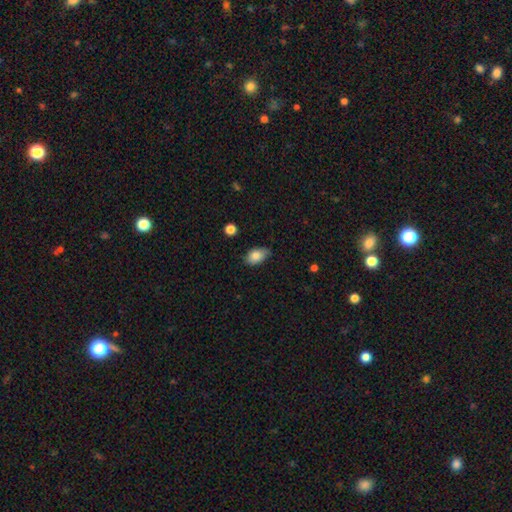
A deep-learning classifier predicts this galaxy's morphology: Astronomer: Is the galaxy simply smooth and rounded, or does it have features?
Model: smooth — 84%.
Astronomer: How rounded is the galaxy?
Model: in between — 90%.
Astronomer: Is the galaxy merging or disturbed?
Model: none — 70%.